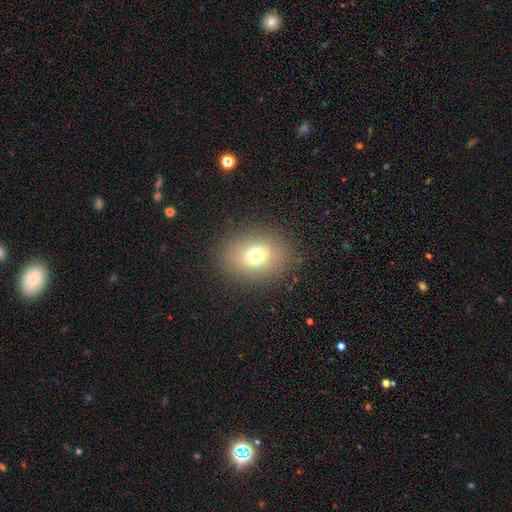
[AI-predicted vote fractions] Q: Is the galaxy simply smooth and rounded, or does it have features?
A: smooth — 72%.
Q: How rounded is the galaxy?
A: in between — 57%.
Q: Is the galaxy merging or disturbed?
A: none — 87%.